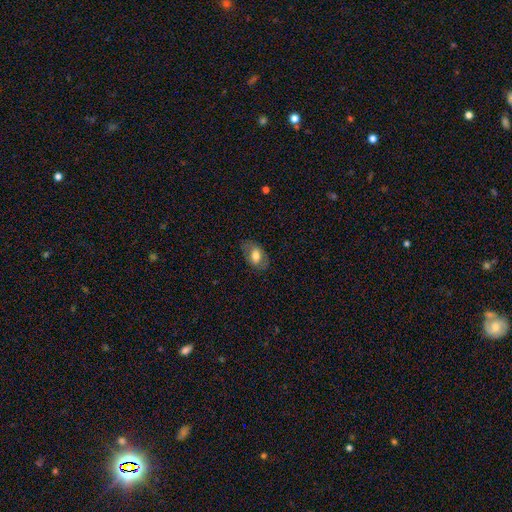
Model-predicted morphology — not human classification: Smooth or featured?
  - smooth: 68% *
  - featured or disk: 24%
  - star or artifact: 8%
How rounded?
  - in between: 86% *
  - round: 12%
  - cigar-shaped: 2%
Merging?
  - none: 74% *
  - minor disturbance: 18%
  - major disturbance: 7%
  - merger: 1%